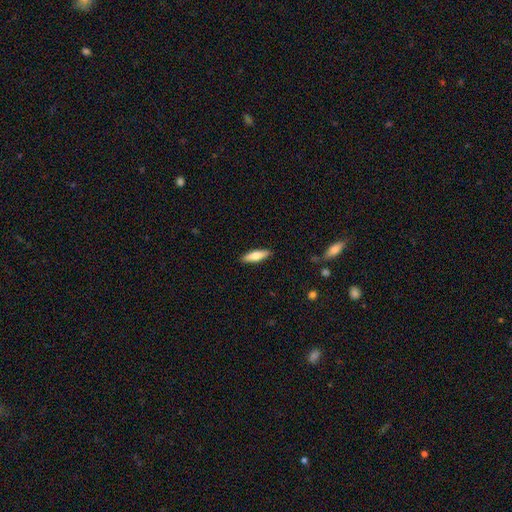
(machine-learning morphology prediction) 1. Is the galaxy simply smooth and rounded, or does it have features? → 73% smooth, 22% featured or disk, 6% star or artifact.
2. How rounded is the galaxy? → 58% cigar-shaped, 40% in between, 2% round.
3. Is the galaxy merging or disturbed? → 89% none, 8% minor disturbance, 2% major disturbance, 1% merger.